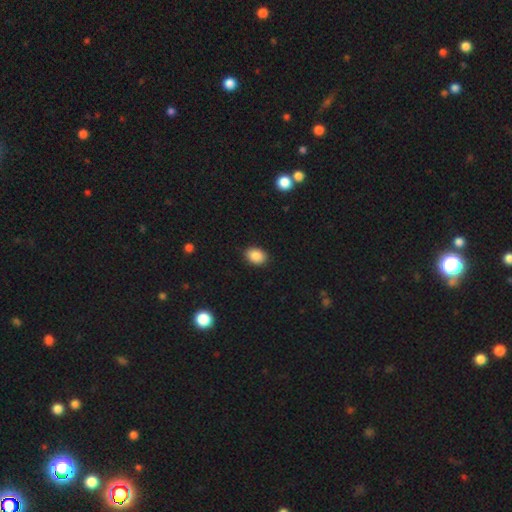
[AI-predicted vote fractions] A smooth galaxy with no disk features (88%) that is in between round and cigar-shaped (71%). Merging: none (89%).